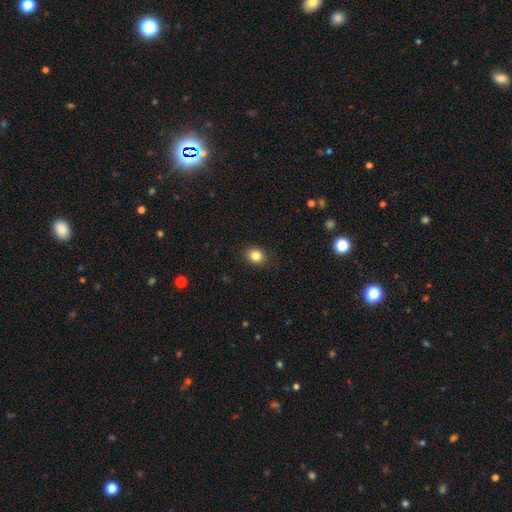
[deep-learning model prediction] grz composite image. It shows a smooth galaxy with no disk features (84%) that is round (64%). Merging: none (88%).